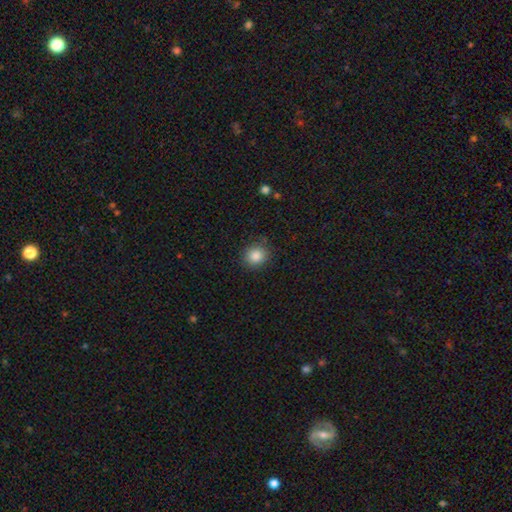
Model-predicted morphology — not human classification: Q: Smooth or featured?
A: smooth (86%); runner-up: star or artifact (10%)
Q: How rounded?
A: round (81%); runner-up: in between (18%)
Q: Merging?
A: none (85%); runner-up: minor disturbance (10%)